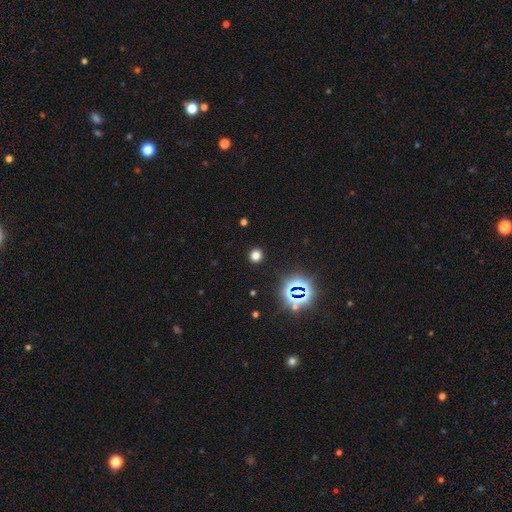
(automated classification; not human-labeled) Overall: smooth (70%). How rounded: round (86%). Merging: none (91%).